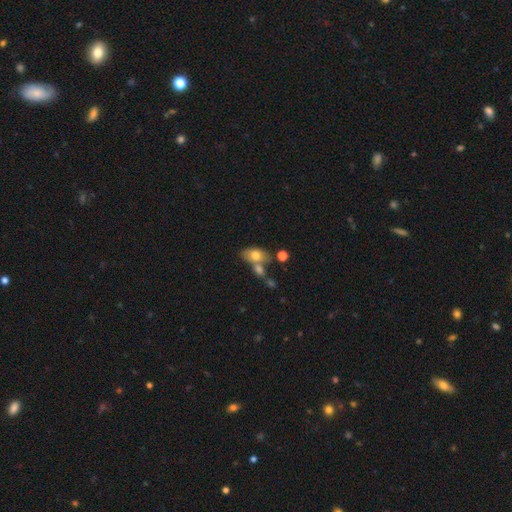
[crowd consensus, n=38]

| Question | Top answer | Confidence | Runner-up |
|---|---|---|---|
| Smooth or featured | smooth | 68% | featured or disk (26%) |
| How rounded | in between | 88% | round (12%) |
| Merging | none | 47% | merger (39%) |